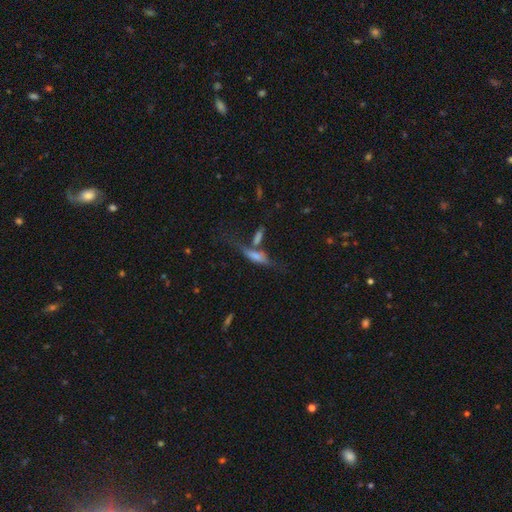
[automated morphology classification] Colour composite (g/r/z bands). It shows a featured or disk galaxy (46%). Merging: none (45%).